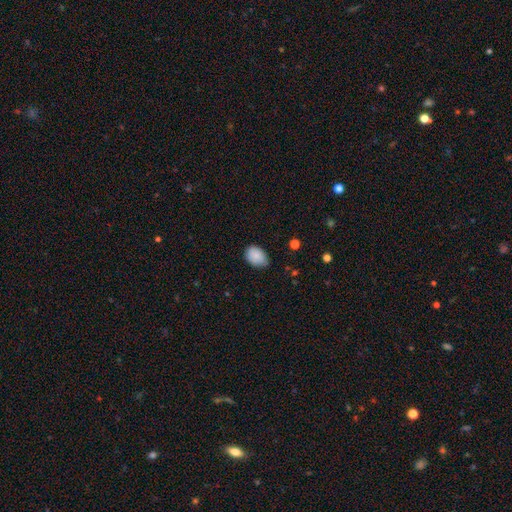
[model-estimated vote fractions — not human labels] smooth 87%, star or artifact 7%, featured or disk 5%. Down the decision tree: how rounded — in between (80%); merging — none (66%).